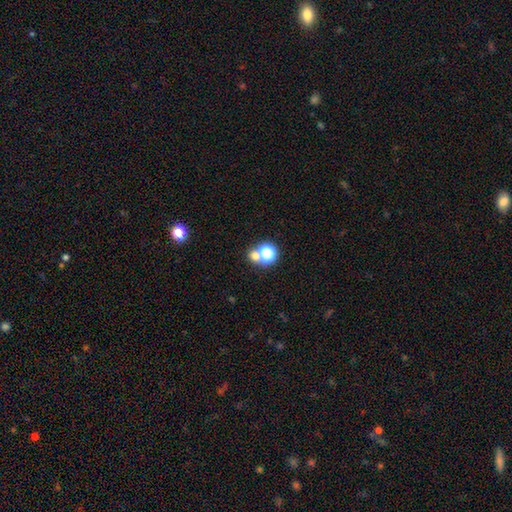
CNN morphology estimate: This is likely a smooth galaxy (63%). How rounded: clearly round (83%). Merging: possibly none (52%).